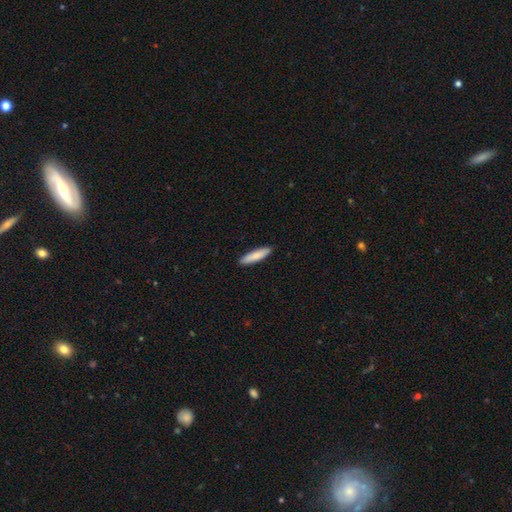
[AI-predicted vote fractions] Overall: smooth (83%). How rounded: cigar-shaped (78%). Merging: none (91%).